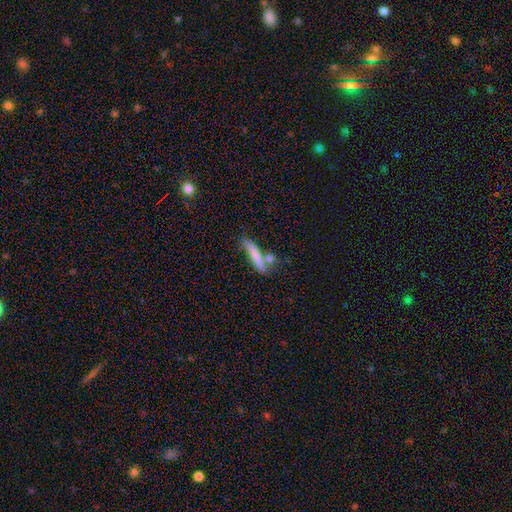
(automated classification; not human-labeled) This is likely a smooth galaxy (72%). How rounded: clearly cigar-shaped (87%). Merging: possibly none (59%).